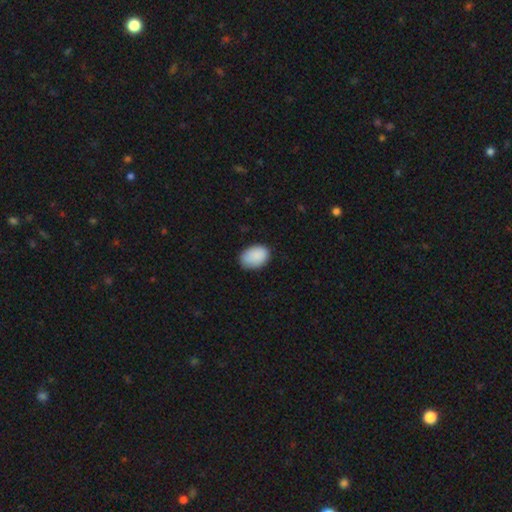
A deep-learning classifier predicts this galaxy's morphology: Smooth or featured: smooth — 89% (star or artifact — 7%)
How rounded: in between — 83% (round — 16%)
Merging: none — 78% (minor disturbance — 18%)